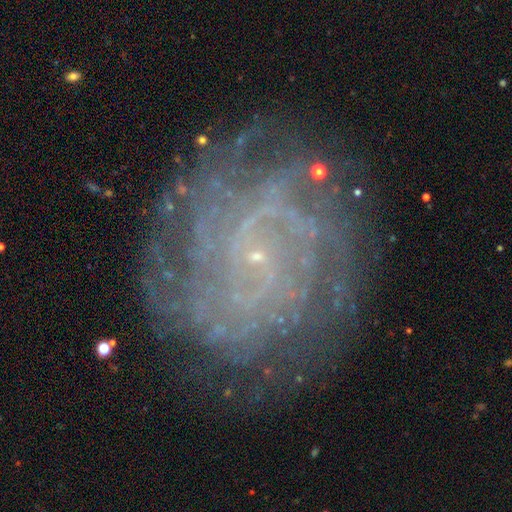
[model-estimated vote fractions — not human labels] Smooth or featured? Predicted: featured or disk (p=0.84). Edge-on disk? Predicted: no (p=0.97). Bar? Predicted: no (p=0.72). Spiral arms? Predicted: yes (p=0.95). Spiral winding? Predicted: tight (p=0.75). Spiral arm count? Predicted: can't tell (p=0.31). Bulge size? Predicted: small (p=0.88). Merging? Predicted: none (p=0.80).